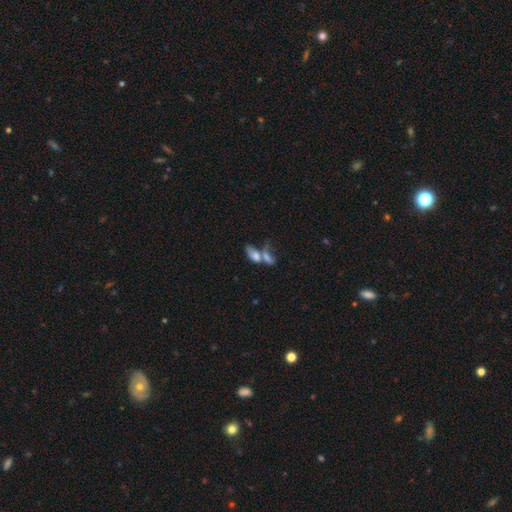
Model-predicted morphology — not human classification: Smooth or featured? Predicted: smooth (p=0.68). How rounded? Predicted: in between (p=0.75). Merging? Predicted: merger (p=0.60).